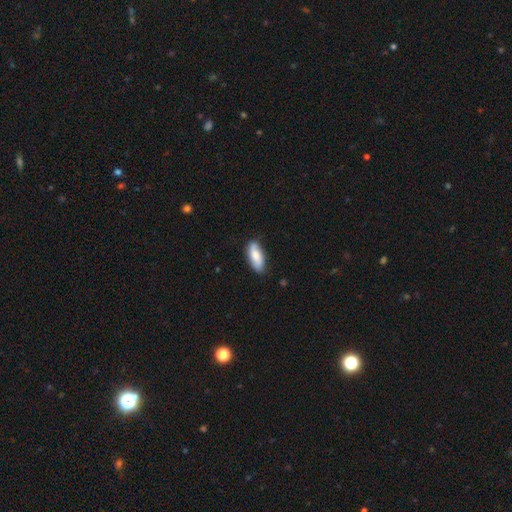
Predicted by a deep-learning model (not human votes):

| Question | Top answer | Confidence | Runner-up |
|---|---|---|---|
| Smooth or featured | smooth | 79% | featured or disk (15%) |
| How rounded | in between | 80% | cigar-shaped (17%) |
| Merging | none | 79% | minor disturbance (17%) |